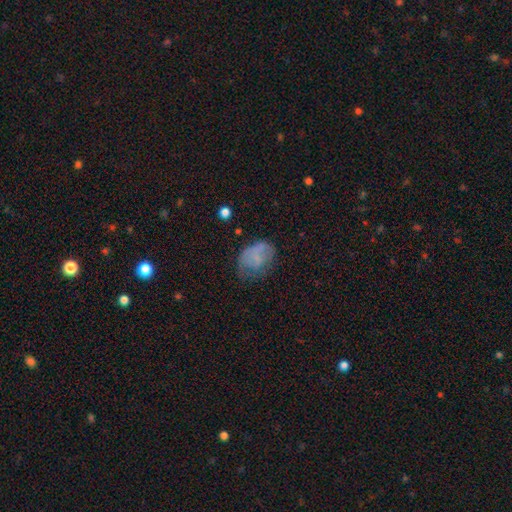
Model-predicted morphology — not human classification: A smooth galaxy with no disk features (58%) that is in between round and cigar-shaped (68%).

Vote fractions:
- Smooth or featured? smooth: 58% / featured or disk: 30% / star or artifact: 12%
- How rounded? in between: 68% / round: 30% / cigar-shaped: 1%
- Merging? none: 40% / minor disturbance: 32% / major disturbance: 26% / merger: 2%